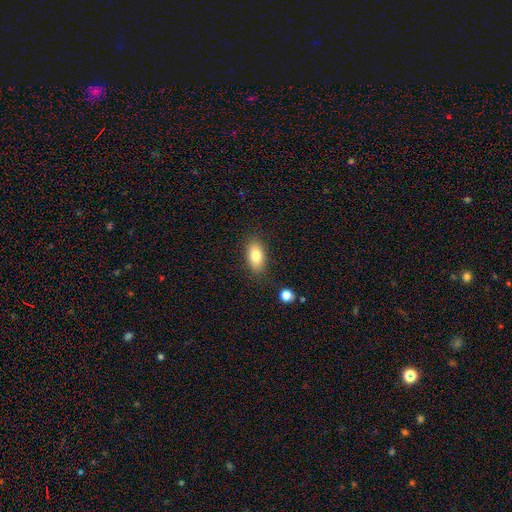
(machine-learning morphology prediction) smooth_or_featured: smooth (p=0.81) [alt: featured or disk p=0.11]
how_rounded: in between (p=0.90) [alt: round p=0.05]
merging: none (p=0.84) [alt: minor disturbance p=0.11]